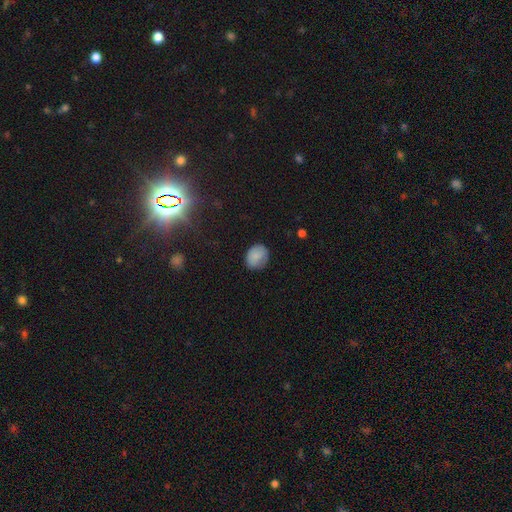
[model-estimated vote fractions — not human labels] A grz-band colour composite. It shows a smooth galaxy with no disk features (83%) that is round (59%). Merging: none (75%).